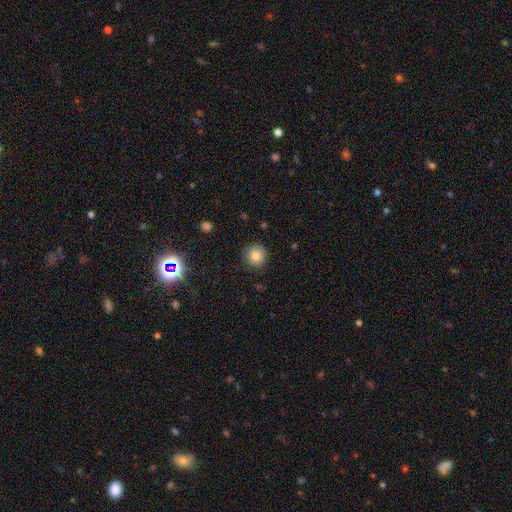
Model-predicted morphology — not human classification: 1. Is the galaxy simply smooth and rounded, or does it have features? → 83% smooth, 11% star or artifact, 6% featured or disk.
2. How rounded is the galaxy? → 93% round, 6% in between, 1% cigar-shaped.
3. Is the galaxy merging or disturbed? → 87% none, 9% minor disturbance, 2% major disturbance, 1% merger.